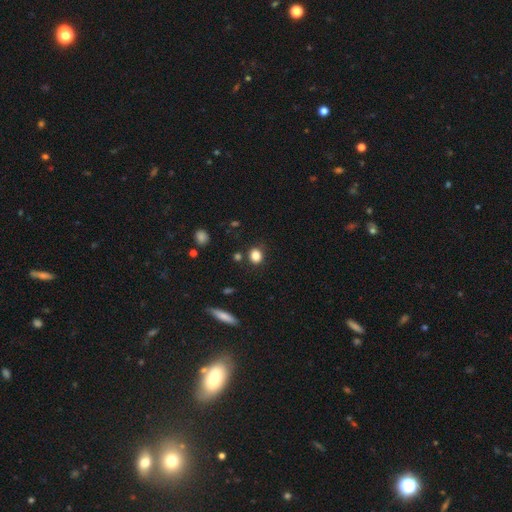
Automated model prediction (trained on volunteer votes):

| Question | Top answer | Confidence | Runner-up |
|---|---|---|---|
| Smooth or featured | smooth | 84% | star or artifact (11%) |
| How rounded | round | 72% | in between (27%) |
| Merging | none | 84% | minor disturbance (9%) |